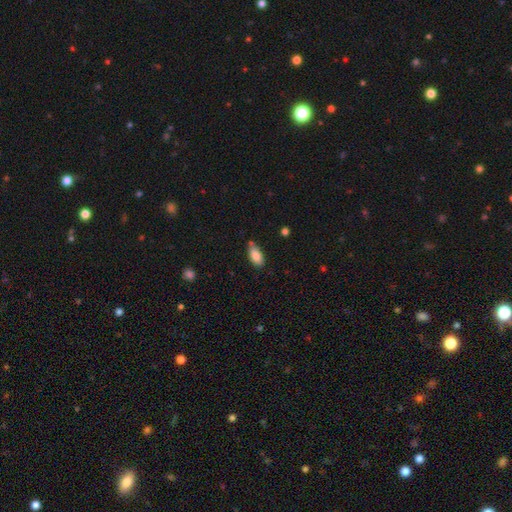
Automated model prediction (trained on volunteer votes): The model was most divided on "merging": none: 70%, minor disturbance: 21%, merger: 5%, major disturbance: 4%. More confident: how rounded — in between (91%); smooth or featured — smooth (86%).